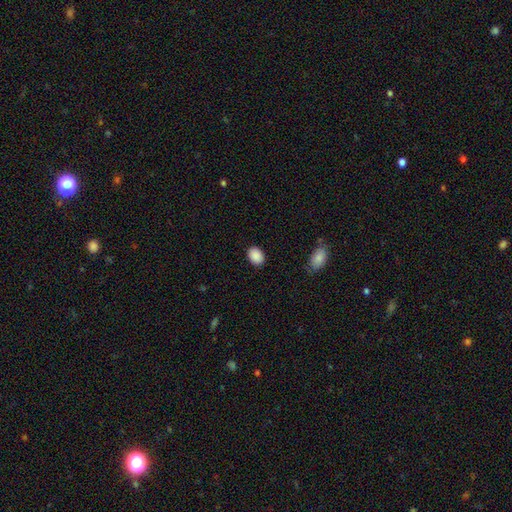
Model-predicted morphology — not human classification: Smooth or featured? Predicted: smooth (p=0.90). How rounded? Predicted: in between (p=0.71). Merging? Predicted: none (p=0.87).